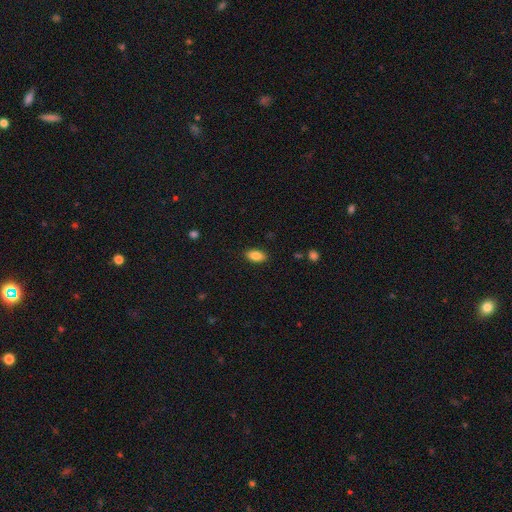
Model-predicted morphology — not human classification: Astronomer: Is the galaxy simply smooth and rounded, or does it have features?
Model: smooth — 85%.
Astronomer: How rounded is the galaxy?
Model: in between — 91%.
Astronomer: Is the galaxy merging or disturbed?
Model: none — 88%.